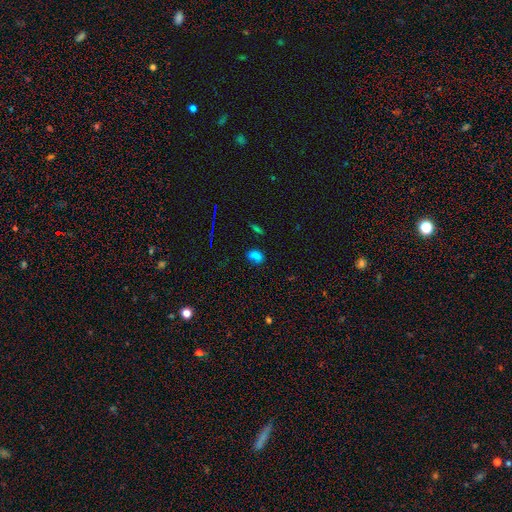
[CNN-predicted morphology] Smooth or featured: smooth — 71% (star or artifact — 22%)
How rounded: in between — 82% (round — 15%)
Merging: none — 70% (minor disturbance — 20%)